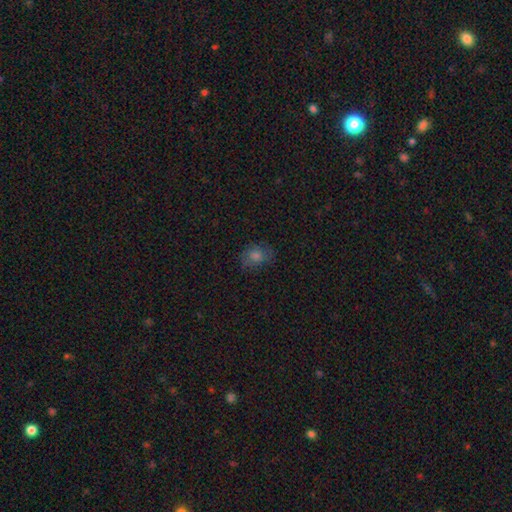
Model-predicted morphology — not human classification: A smooth galaxy with no disk features (68%) that is round (52%).

Vote fractions:
- Smooth or featured? smooth: 68% / star or artifact: 19% / featured or disk: 13%
- How rounded? round: 52% / in between: 47% / cigar-shaped: 1%
- Merging? none: 74% / minor disturbance: 18% / major disturbance: 6% / merger: 1%